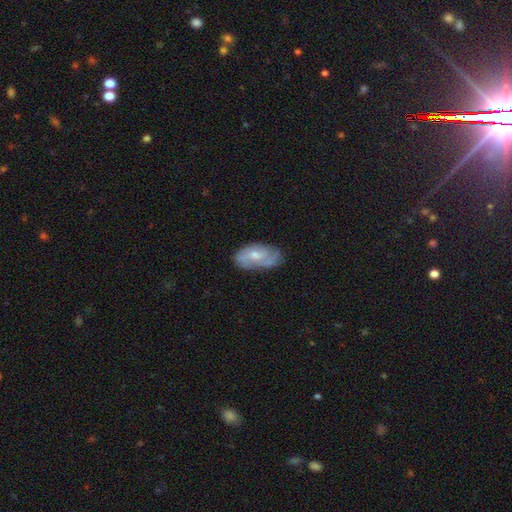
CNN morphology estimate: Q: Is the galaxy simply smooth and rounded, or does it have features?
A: featured or disk — 60%.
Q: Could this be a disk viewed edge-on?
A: no — 93%.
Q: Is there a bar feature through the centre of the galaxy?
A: no — 65%.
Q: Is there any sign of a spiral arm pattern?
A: yes — 82%.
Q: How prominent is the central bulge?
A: moderate — 52%.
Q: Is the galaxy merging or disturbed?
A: none — 66%.